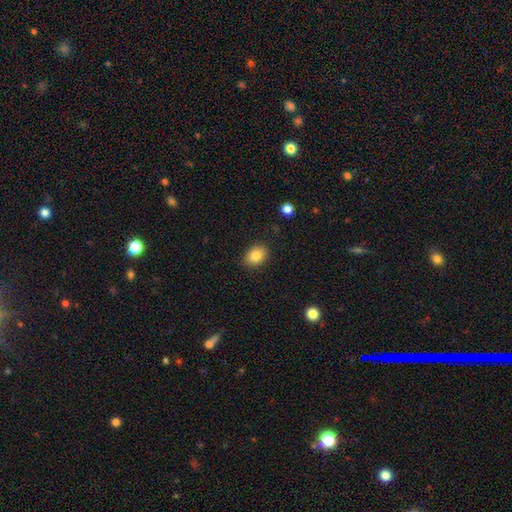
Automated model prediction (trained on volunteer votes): smooth_or_featured: smooth (p=0.84) [alt: star or artifact p=0.09]
how_rounded: in between (p=0.67) [alt: round p=0.33]
merging: none (p=0.87) [alt: minor disturbance p=0.09]